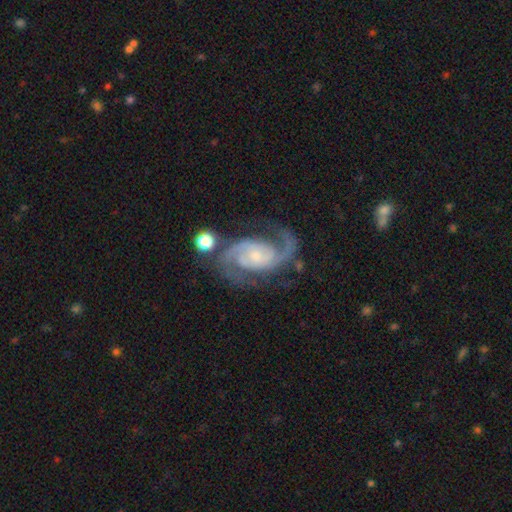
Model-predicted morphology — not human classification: Smooth or featured: featured or disk — 92% (star or artifact — 5%)
Edge-on disk: no — 98% (yes — 2%)
Bar: no — 57% (weak — 33%)
Spiral arms: yes — 98% (no — 2%)
Spiral winding: medium — 57% (tight — 29%)
Spiral arm count: 2 — 91% (3 — 3%)
Bulge size: small — 60% (moderate — 30%)
Merging: none — 72% (minor disturbance — 16%)